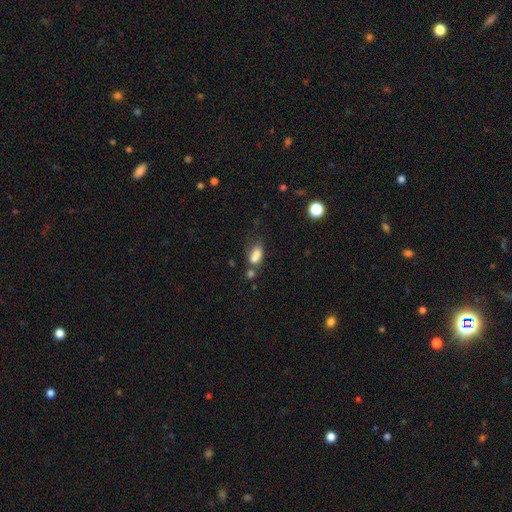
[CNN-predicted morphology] smooth-or-featured: smooth: 80% | star or artifact: 11% | featured or disk: 10%
  how-rounded: in between: 82% | cigar-shaped: 9% | round: 9%
  merging: none: 38% | merger: 31% | minor disturbance: 21% | major disturbance: 10%